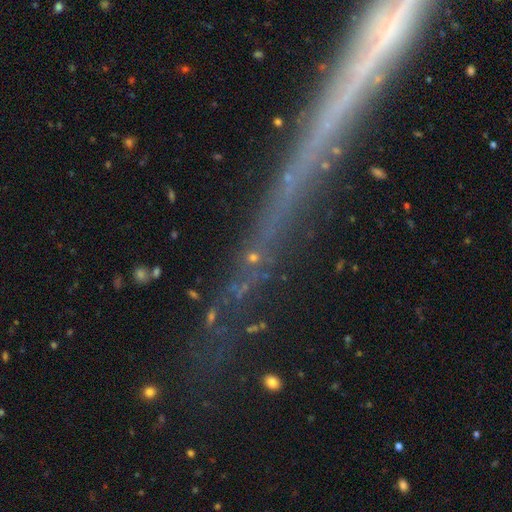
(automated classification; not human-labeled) Overall: featured or disk (40%, tied with star or artifact). Merging: none (72%).